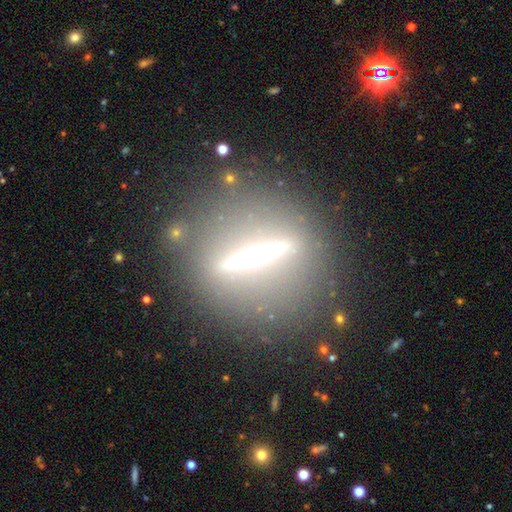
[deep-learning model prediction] Q: Smooth or featured?
A: featured or disk (77%); runner-up: star or artifact (12%)
Q: Edge-on disk?
A: yes (83%); runner-up: no (17%)
Q: Edge-on bulge?
A: rounded (89%); runner-up: boxy (6%)
Q: Merging?
A: none (83%); runner-up: minor disturbance (8%)